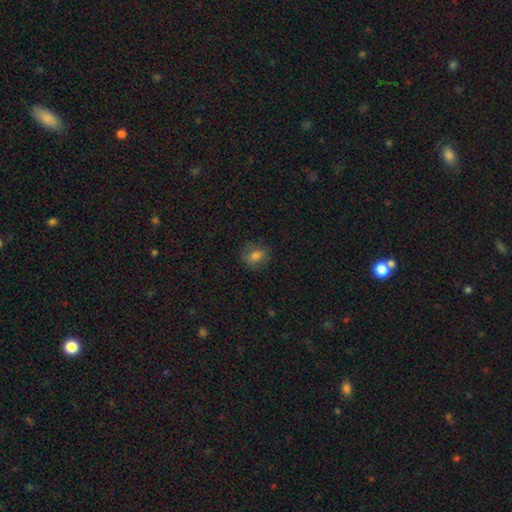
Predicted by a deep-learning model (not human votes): Morphology: type=smooth (76%); roundness=round (52%); merging=none (82%).